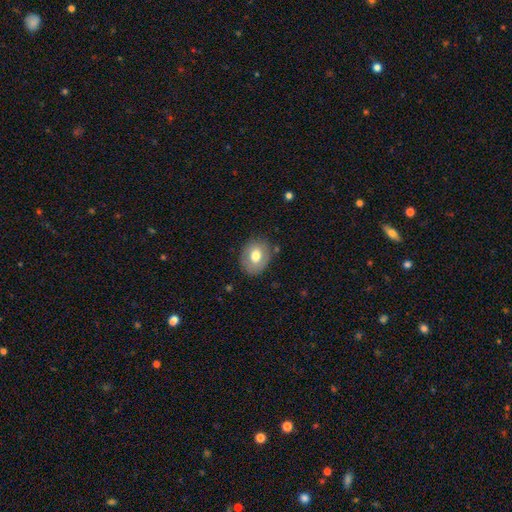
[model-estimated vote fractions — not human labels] smooth 69%, featured or disk 23%, star or artifact 8%. Down the decision tree: how rounded — in between (52%); merging — none (79%).